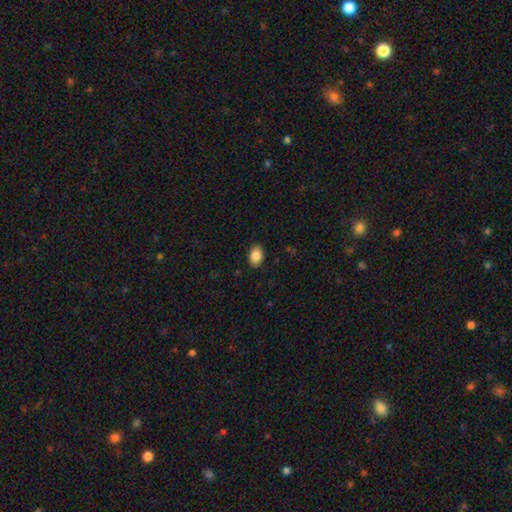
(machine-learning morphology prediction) Overall: smooth (86%). How rounded: in between (82%). Merging: none (88%).